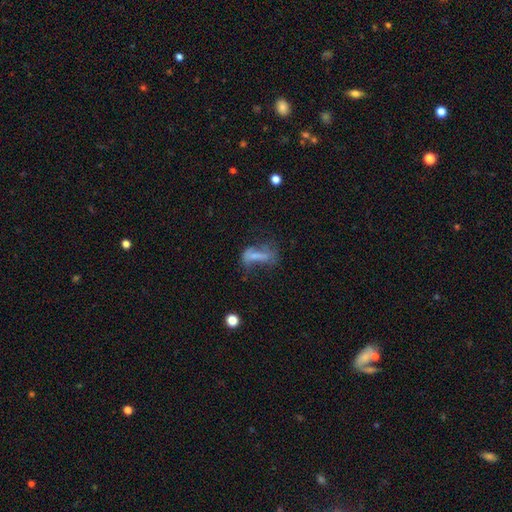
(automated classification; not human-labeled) featured or disk 43% (tied), smooth 43% (tied), star or artifact 15%. Down the decision tree: merging — major disturbance (41%).